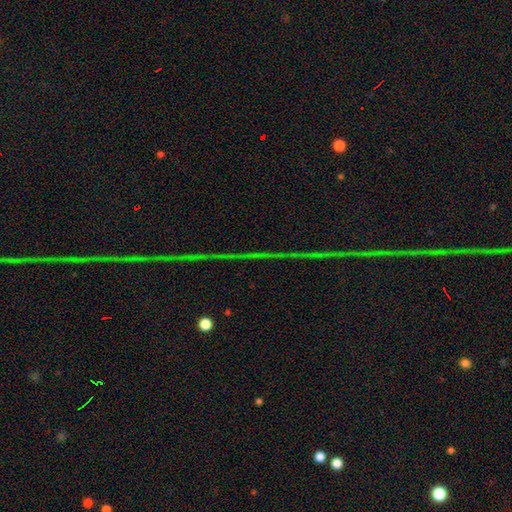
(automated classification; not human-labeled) Q: Smooth or featured?
A: star or artifact (85%); runner-up: featured or disk (9%)